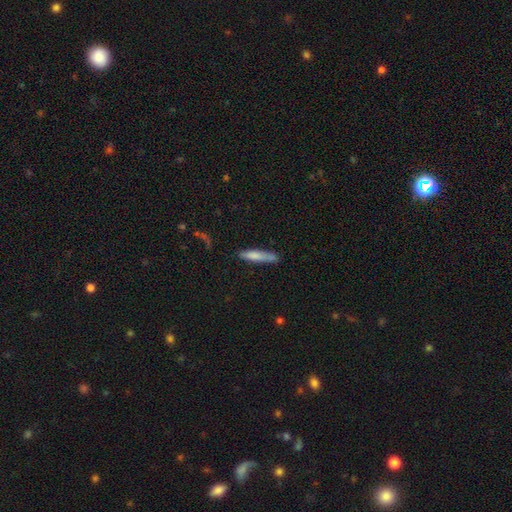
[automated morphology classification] type=smooth (75%); roundness=cigar-shaped (89%); merging=none (72%).